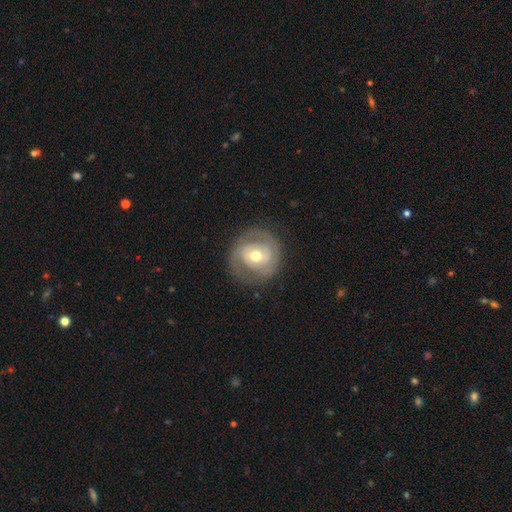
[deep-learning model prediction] Smooth or featured? Predicted: featured or disk (p=0.68). Edge-on disk? Predicted: no (p=0.97). Bar? Predicted: no (p=0.57). Spiral arms? Predicted: yes (p=0.78). Spiral winding? Predicted: tight (p=0.51). Spiral arm count? Predicted: 2 (p=0.67). Bulge size? Predicted: moderate (p=0.73). Merging? Predicted: none (p=0.77).